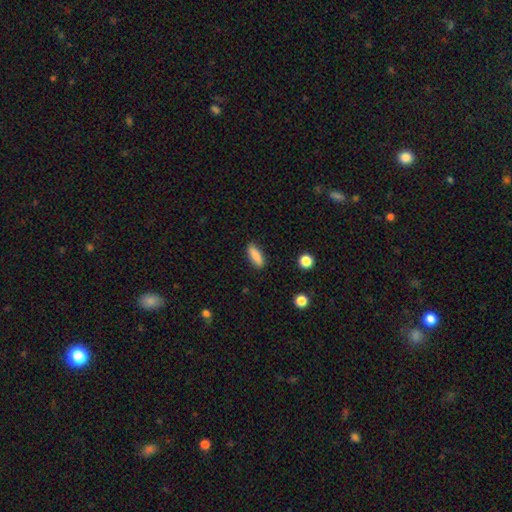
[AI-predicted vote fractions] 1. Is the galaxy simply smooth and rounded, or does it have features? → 86% smooth, 7% star or artifact, 6% featured or disk.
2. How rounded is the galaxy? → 62% in between, 36% cigar-shaped, 2% round.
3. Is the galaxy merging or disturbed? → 86% none, 10% minor disturbance, 2% major disturbance, 1% merger.